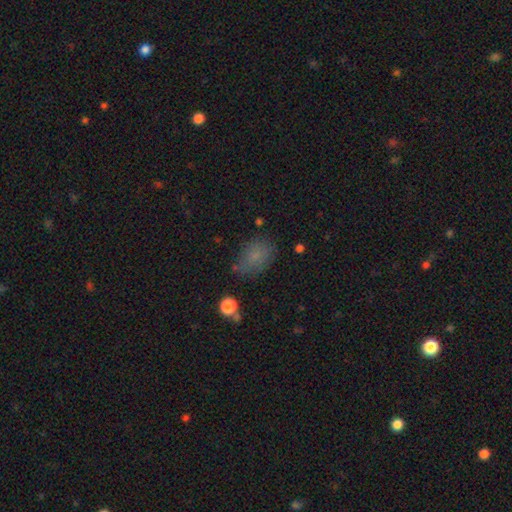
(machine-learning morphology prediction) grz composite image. It shows a smooth galaxy with no disk features (74%) that is in between round and cigar-shaped (82%). Merging: none (64%).